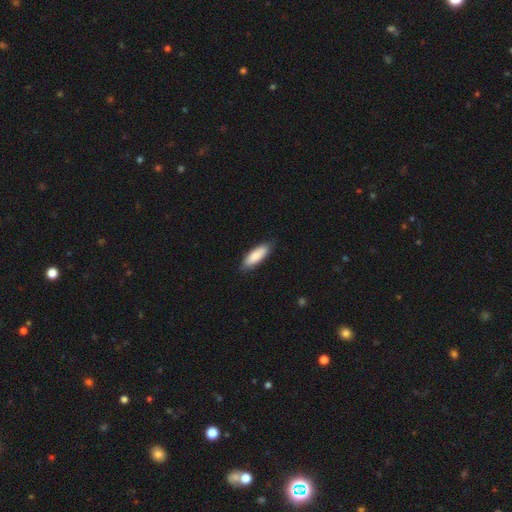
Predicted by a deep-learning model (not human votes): smooth-or-featured: smooth: 86% | featured or disk: 9% | star or artifact: 5%
  how-rounded: in between: 59% | cigar-shaped: 40% | round: 2%
  merging: none: 85% | minor disturbance: 12% | major disturbance: 2% | merger: 1%